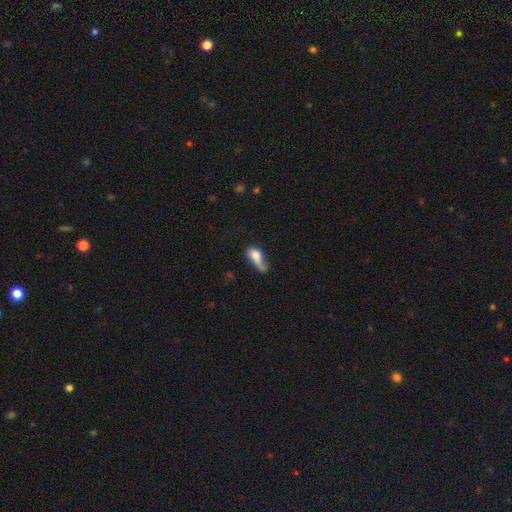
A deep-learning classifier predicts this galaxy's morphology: smooth-or-featured: smooth: 64% | featured or disk: 27% | star or artifact: 9%
  how-rounded: in between: 72% | cigar-shaped: 17% | round: 11%
  merging: major disturbance: 39% | minor disturbance: 23% | none: 23% | merger: 15%